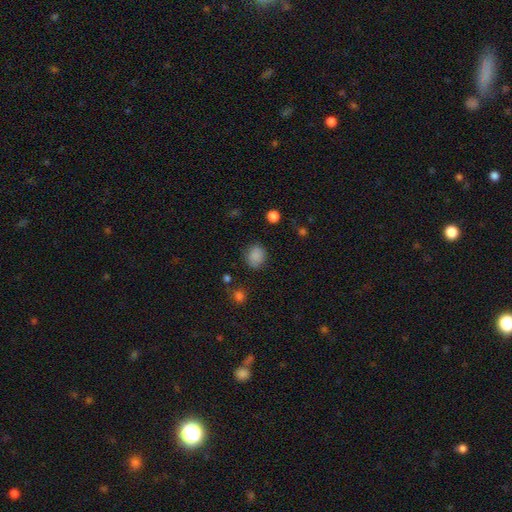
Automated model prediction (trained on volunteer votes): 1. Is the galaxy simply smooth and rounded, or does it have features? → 85% smooth, 11% star or artifact, 5% featured or disk.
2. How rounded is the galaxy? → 68% round, 31% in between, 1% cigar-shaped.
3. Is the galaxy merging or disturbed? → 78% none, 15% minor disturbance, 4% major disturbance, 2% merger.